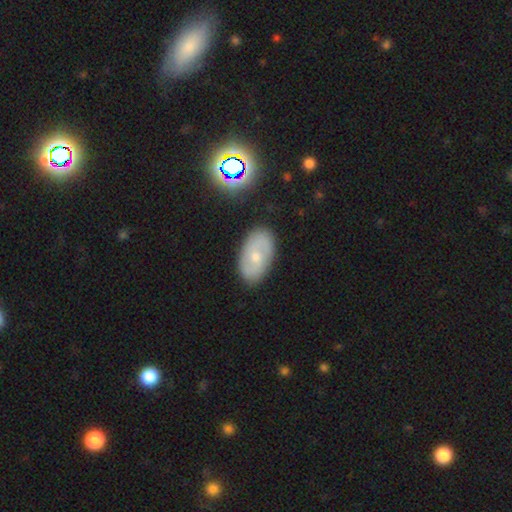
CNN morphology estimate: Smooth or featured?
  - featured or disk: 51% *
  - smooth: 39%
  - star or artifact: 10%
Edge-on disk?
  - no: 93% *
  - yes: 7%
Merging?
  - none: 81% *
  - minor disturbance: 13%
  - major disturbance: 3%
  - merger: 2%